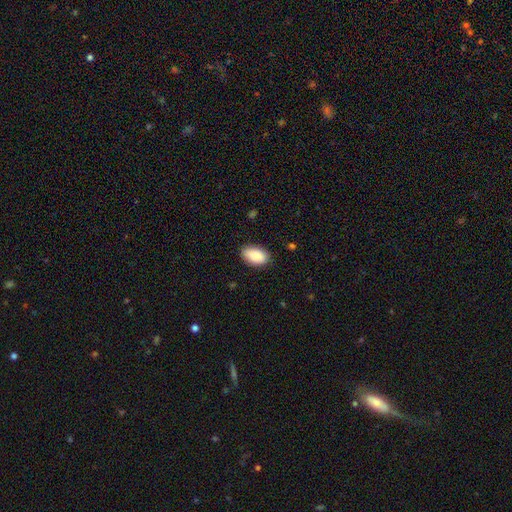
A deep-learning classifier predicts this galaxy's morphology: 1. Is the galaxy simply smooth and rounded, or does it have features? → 89% smooth, 6% star or artifact, 4% featured or disk.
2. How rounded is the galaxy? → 94% in between, 5% round, 2% cigar-shaped.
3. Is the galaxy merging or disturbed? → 83% none, 14% minor disturbance, 3% major disturbance, 1% merger.